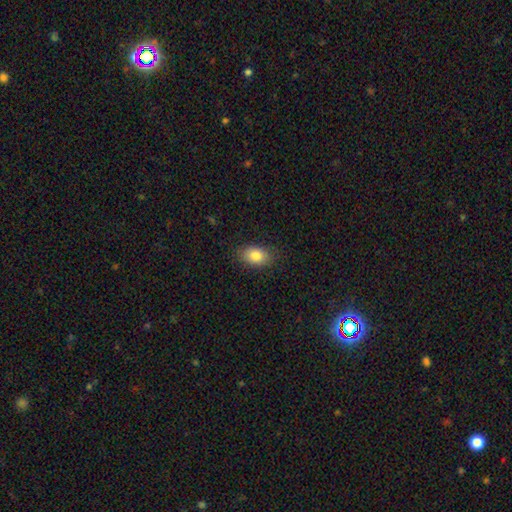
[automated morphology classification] Smooth or featured? smooth (83%)
How rounded? in between (86%)
Merging? none (84%)